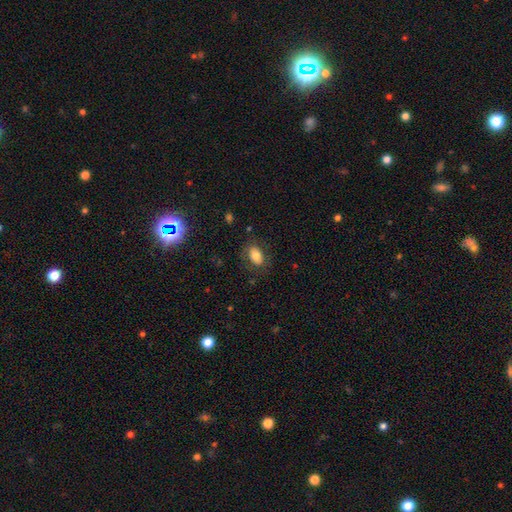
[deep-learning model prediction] Overall: smooth (75%). How rounded: in between (85%). Merging: none (78%).